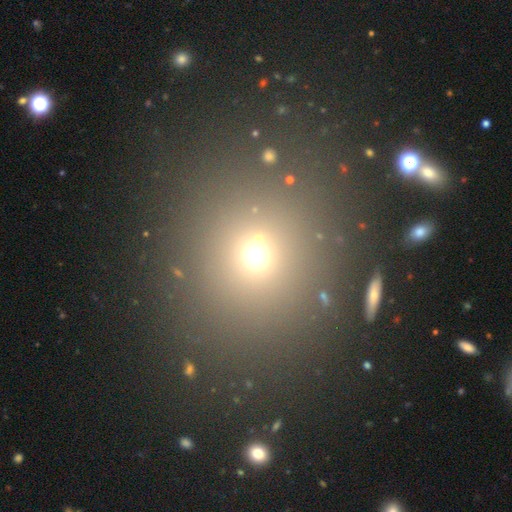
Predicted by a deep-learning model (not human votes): Q: Smooth or featured?
A: smooth (61%); runner-up: star or artifact (29%)
Q: How rounded?
A: round (87%); runner-up: in between (12%)
Q: Merging?
A: none (82%); runner-up: minor disturbance (8%)